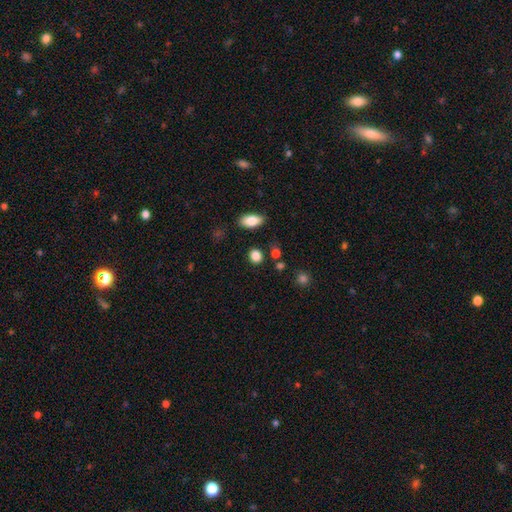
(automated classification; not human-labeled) A smooth galaxy with no disk features (85%) that is round (66%).

Vote fractions:
- Smooth or featured? smooth: 85% / star or artifact: 11% / featured or disk: 4%
- How rounded? round: 66% / in between: 32% / cigar-shaped: 2%
- Merging? none: 84% / minor disturbance: 9% / merger: 4% / major disturbance: 3%